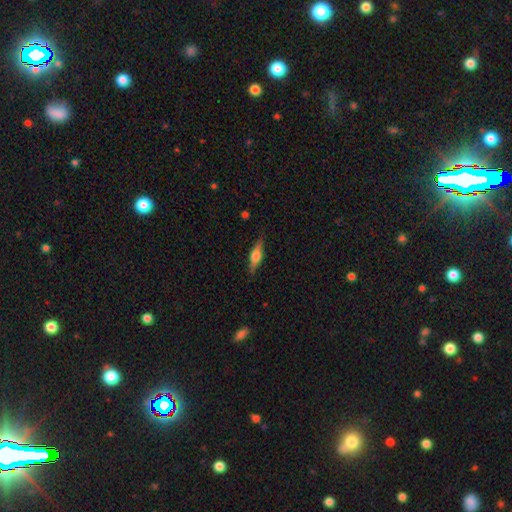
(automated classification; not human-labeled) Q: Smooth or featured?
A: featured or disk (54%); runner-up: smooth (39%)
Q: Edge-on disk?
A: yes (94%); runner-up: no (6%)
Q: Edge-on bulge?
A: rounded (87%); runner-up: boxy (10%)
Q: Merging?
A: none (84%); runner-up: minor disturbance (12%)